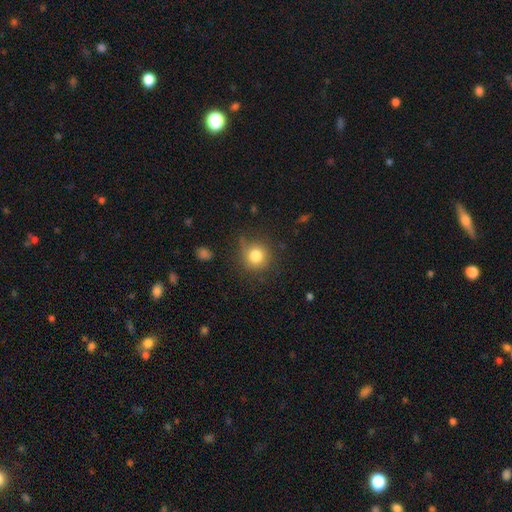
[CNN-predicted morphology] Overall: smooth (81%). How rounded: round (91%). Merging: none (76%).